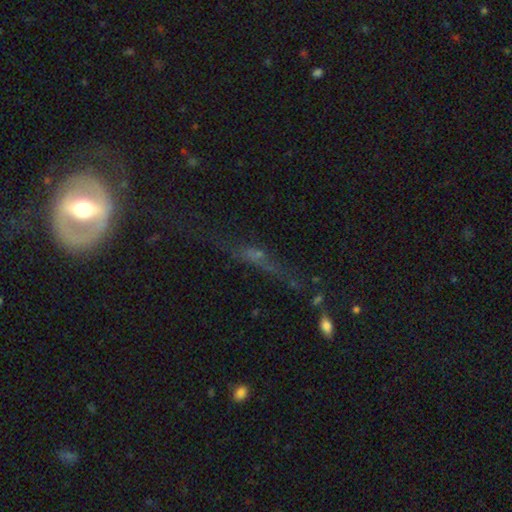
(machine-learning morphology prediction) This is marginally a featured or disk galaxy (36%). Merging: possibly none (47%).